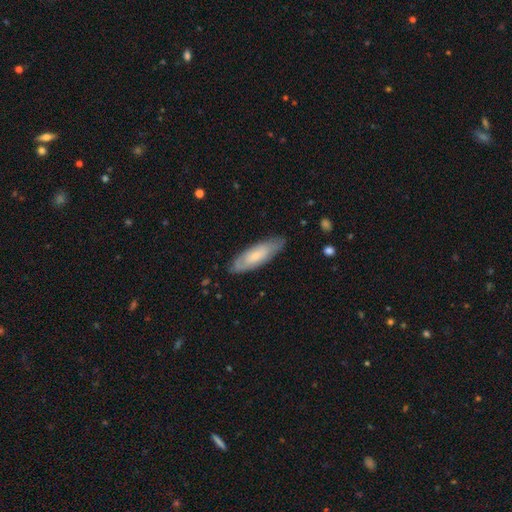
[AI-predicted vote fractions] A smooth galaxy with no disk features (58%) that is in between round and cigar-shaped (53%). Merging: none (80%).